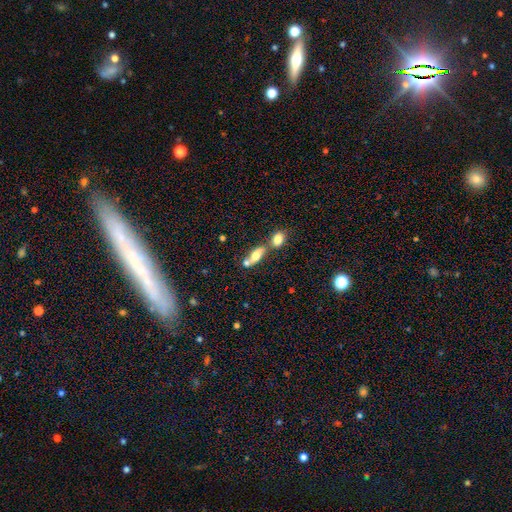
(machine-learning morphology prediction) type=smooth (59%); roundness=in between (65%); merging=merger (42%, tied with none).